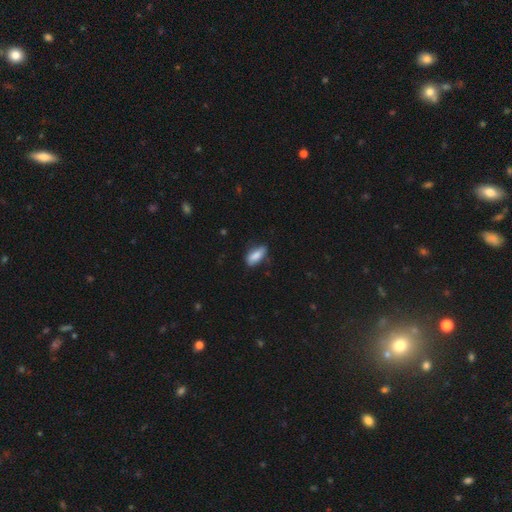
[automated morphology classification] Smooth or featured: smooth — 83% (featured or disk — 10%)
How rounded: in between — 83% (cigar-shaped — 14%)
Merging: none — 67% (minor disturbance — 26%)